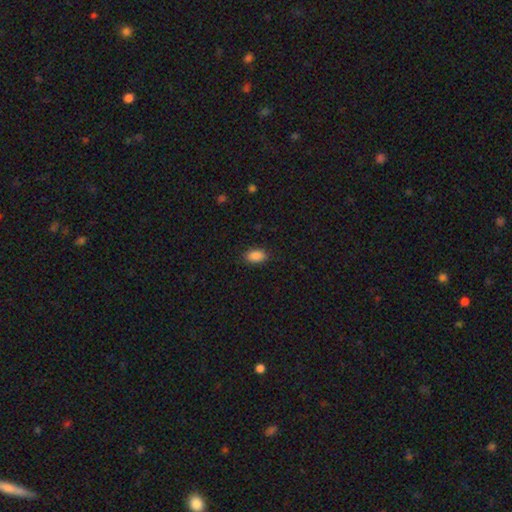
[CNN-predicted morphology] Smooth or featured?
  - smooth: 88% *
  - star or artifact: 8%
  - featured or disk: 4%
How rounded?
  - in between: 91% *
  - round: 7%
  - cigar-shaped: 2%
Merging?
  - none: 86% *
  - minor disturbance: 10%
  - major disturbance: 2%
  - merger: 1%